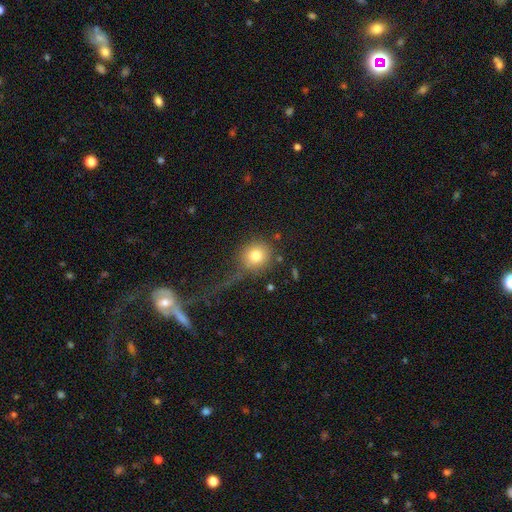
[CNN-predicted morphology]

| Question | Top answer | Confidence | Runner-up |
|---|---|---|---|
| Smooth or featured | smooth | 79% | featured or disk (10%) |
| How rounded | round | 87% | in between (12%) |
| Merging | none | 55% | major disturbance (22%) |